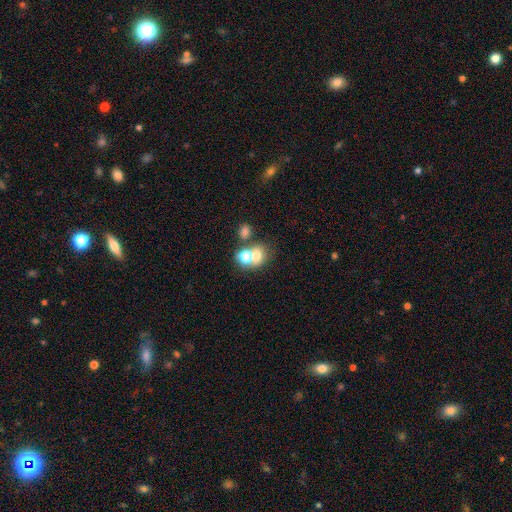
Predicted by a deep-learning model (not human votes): A smooth galaxy with no disk features (67%) that is round (59%). Merging: merger (50%).